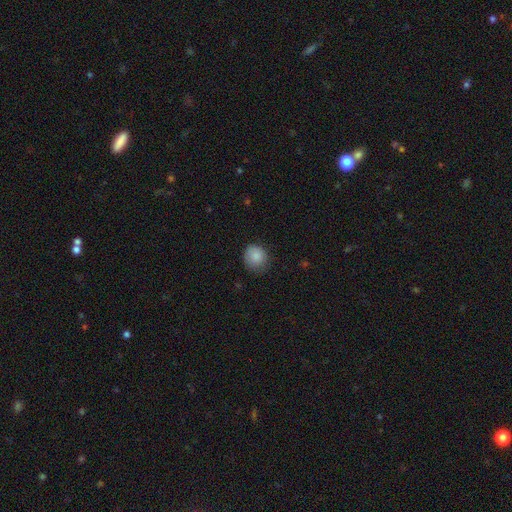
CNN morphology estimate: A smooth galaxy with no disk features (86%) that is round (85%). Merging: none (73%).